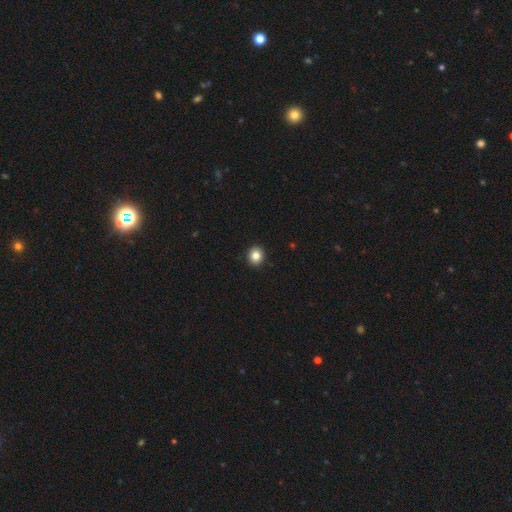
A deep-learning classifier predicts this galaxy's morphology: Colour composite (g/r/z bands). It shows a smooth galaxy with no disk features (84%) that is round (76%). Merging: none (93%).